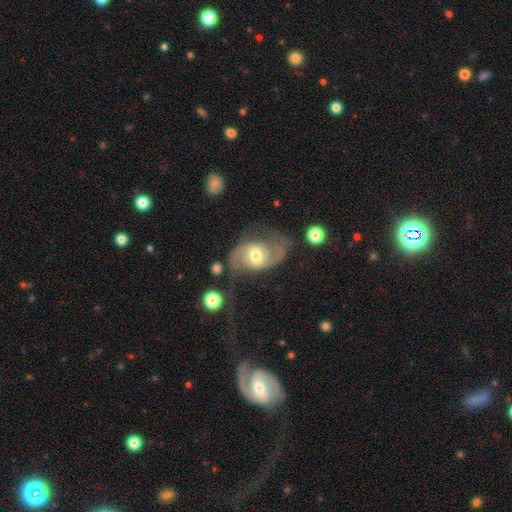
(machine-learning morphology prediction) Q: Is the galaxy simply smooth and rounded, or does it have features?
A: featured or disk — 81%.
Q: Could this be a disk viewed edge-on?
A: no — 97%.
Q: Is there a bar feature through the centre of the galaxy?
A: weak — 50%.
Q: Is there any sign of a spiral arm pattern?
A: yes — 92%.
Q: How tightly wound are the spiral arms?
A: medium — 46%.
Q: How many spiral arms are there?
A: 2 — 88%.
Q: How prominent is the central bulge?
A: moderate — 71%.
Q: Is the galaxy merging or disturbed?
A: none — 50%.